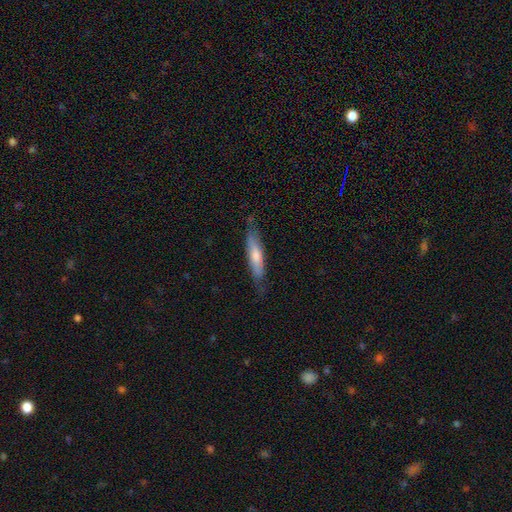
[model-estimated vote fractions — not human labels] Smooth or featured? Predicted: smooth (p=0.57). How rounded? Predicted: cigar-shaped (p=0.77). Merging? Predicted: none (p=0.75).